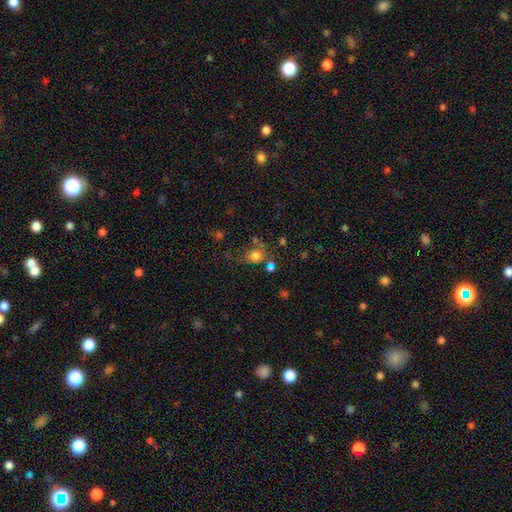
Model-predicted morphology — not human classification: smooth_or_featured: smooth (p=0.77) [alt: star or artifact p=0.14]
how_rounded: round (p=0.77) [alt: in between p=0.21]
merging: none (p=0.56) [alt: minor disturbance p=0.19]